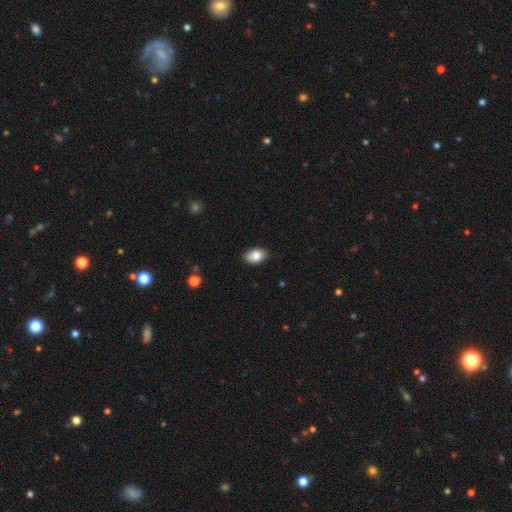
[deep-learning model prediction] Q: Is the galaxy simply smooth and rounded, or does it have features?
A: smooth — 85%.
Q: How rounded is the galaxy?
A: in between — 86%.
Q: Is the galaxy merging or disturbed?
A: none — 84%.